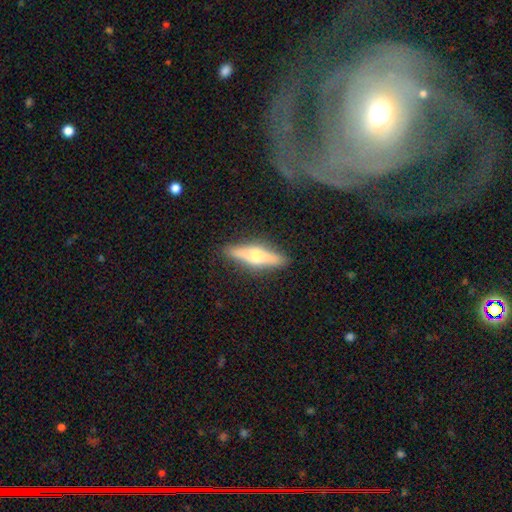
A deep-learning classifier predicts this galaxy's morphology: featured or disk 51%, smooth 42%, star or artifact 7%. Down the decision tree: edge-on disk — yes (94%); merging — none (87%).